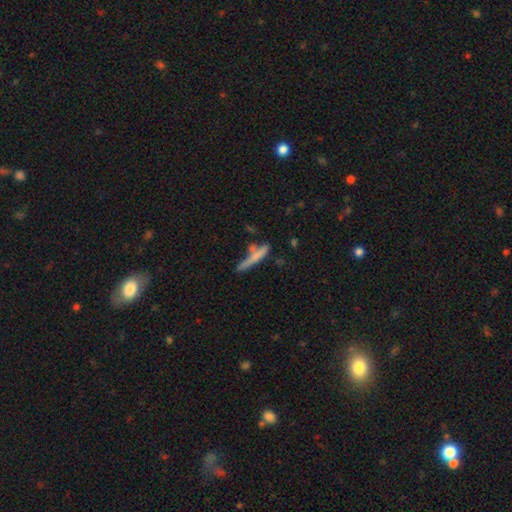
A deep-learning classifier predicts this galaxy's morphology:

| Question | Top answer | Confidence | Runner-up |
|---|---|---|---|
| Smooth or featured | smooth | 62% | featured or disk (30%) |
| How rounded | cigar-shaped | 91% | in between (7%) |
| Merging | none | 54% | merger (19%) |